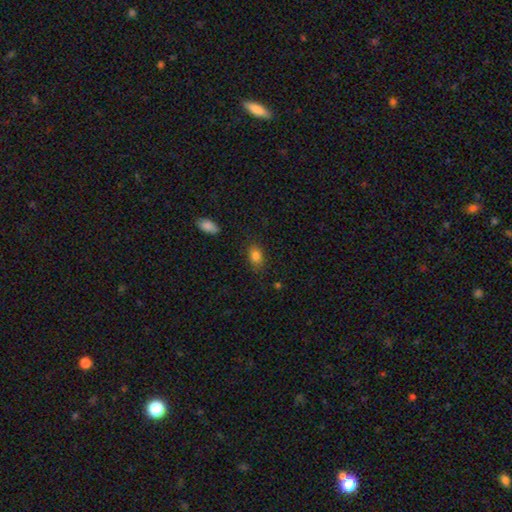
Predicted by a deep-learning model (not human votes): A smooth galaxy with no disk features (83%) that is in between round and cigar-shaped (78%). Merging: none (81%).